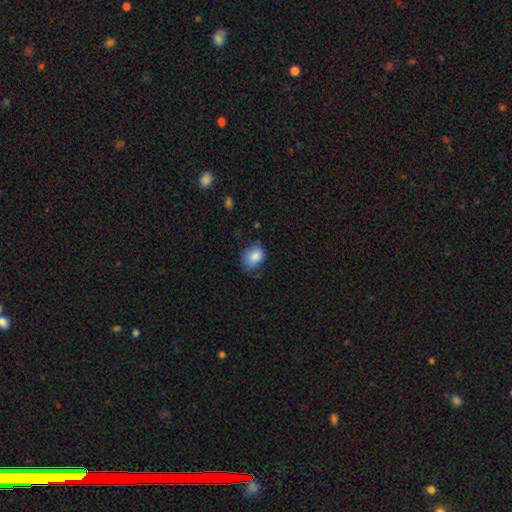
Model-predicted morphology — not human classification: type=smooth (85%); roundness=in between (63%); merging=none (59%).